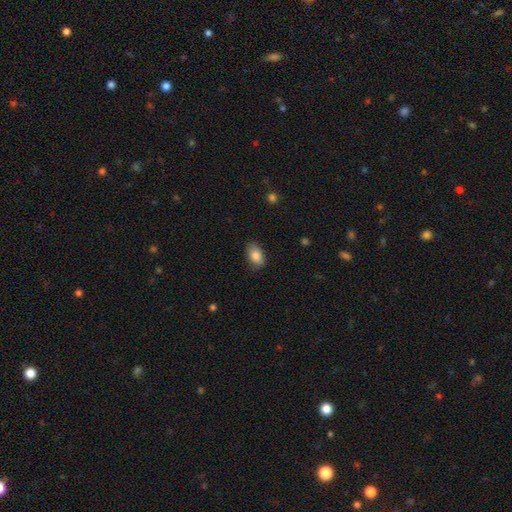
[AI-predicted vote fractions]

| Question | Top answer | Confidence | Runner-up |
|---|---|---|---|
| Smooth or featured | smooth | 85% | star or artifact (7%) |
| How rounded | in between | 90% | round (8%) |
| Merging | none | 79% | minor disturbance (17%) |